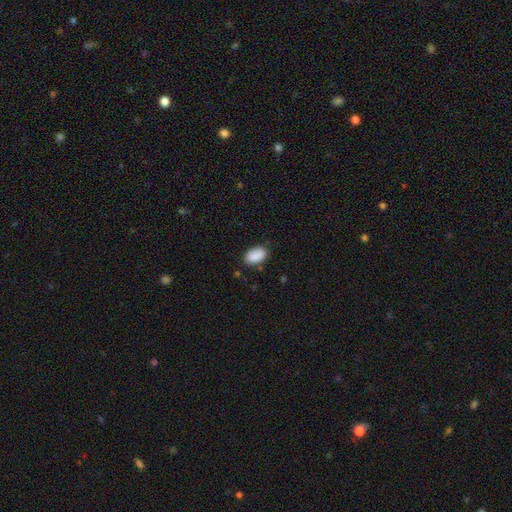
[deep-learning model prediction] Morphology: type=smooth (89%); roundness=in between (90%); merging=none (78%).